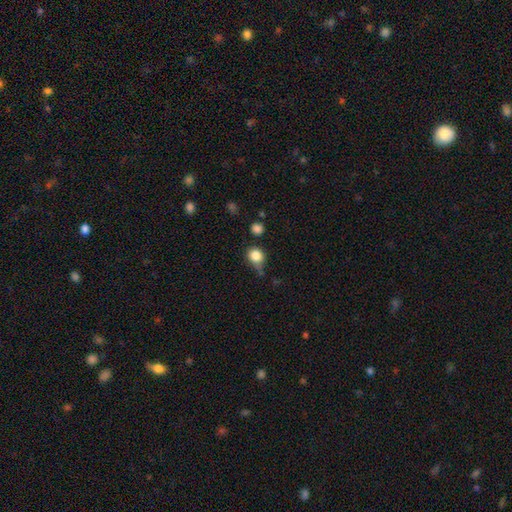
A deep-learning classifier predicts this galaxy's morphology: Smooth or featured? smooth (83%)
How rounded? round (79%)
Merging? none (54%)